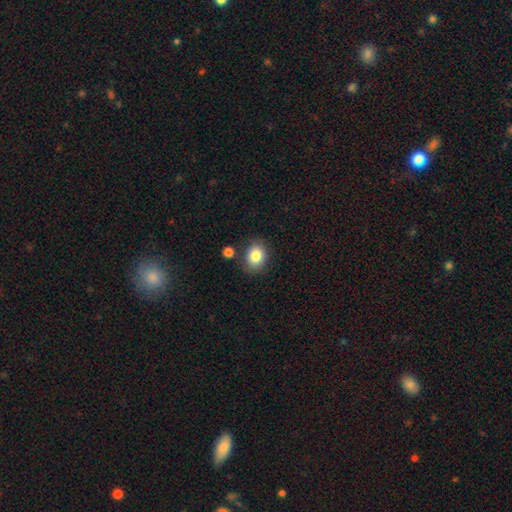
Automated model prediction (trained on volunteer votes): Smooth or featured?
  - smooth: 84% *
  - star or artifact: 9%
  - featured or disk: 7%
How rounded?
  - in between: 52% *
  - round: 47%
  - cigar-shaped: 1%
Merging?
  - none: 81% *
  - minor disturbance: 11%
  - merger: 5%
  - major disturbance: 3%